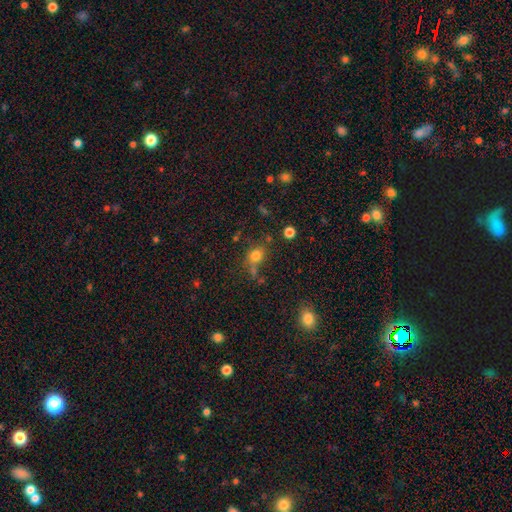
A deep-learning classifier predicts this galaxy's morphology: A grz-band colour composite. It shows a smooth galaxy with no disk features (75%) that is round (57%). Merging: none (59%).